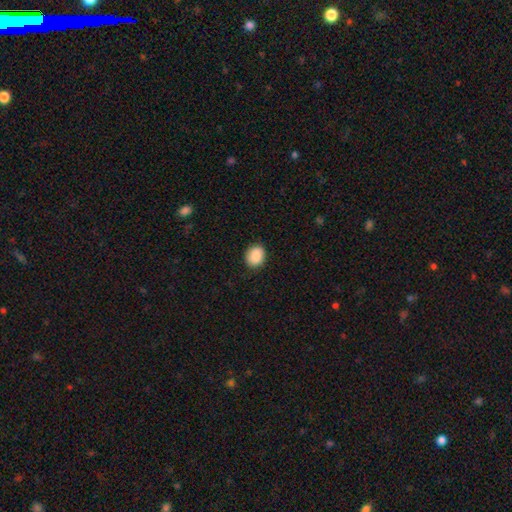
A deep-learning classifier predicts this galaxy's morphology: smooth_or_featured: smooth (p=0.90) [alt: star or artifact p=0.07]
how_rounded: round (p=0.53) [alt: in between p=0.46]
merging: none (p=0.89) [alt: minor disturbance p=0.08]